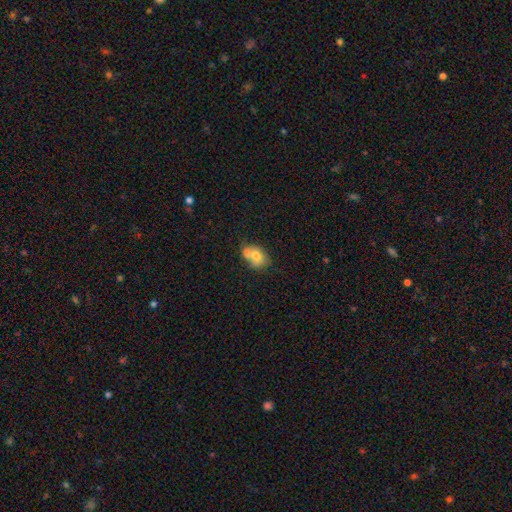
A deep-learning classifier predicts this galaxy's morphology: This is likely a smooth galaxy (68%). How rounded: likely in between (64%). Merging: marginally merger (41%).